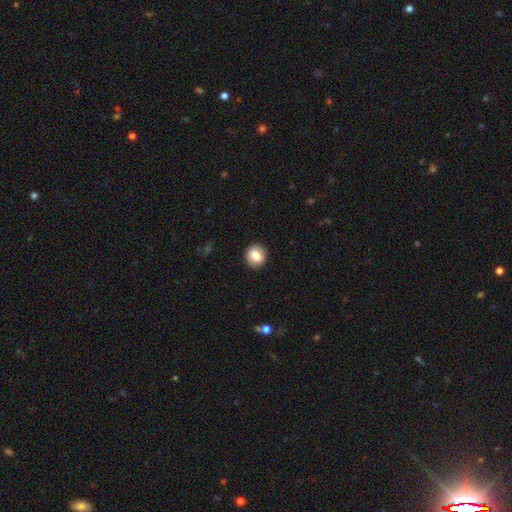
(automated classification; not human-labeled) Q: Smooth or featured?
A: smooth (78%); runner-up: featured or disk (13%)
Q: How rounded?
A: round (79%); runner-up: in between (20%)
Q: Merging?
A: none (90%); runner-up: minor disturbance (7%)